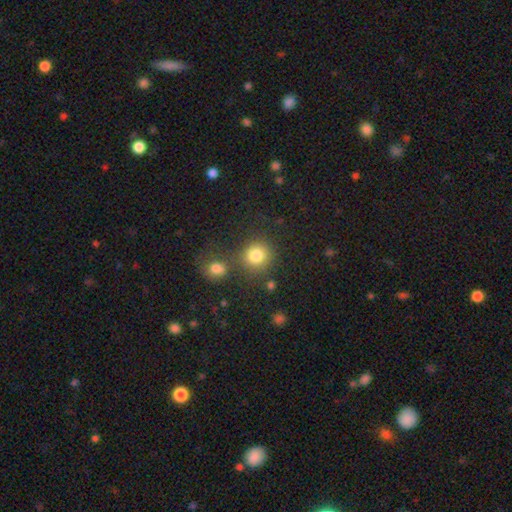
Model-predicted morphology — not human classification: type=smooth (82%); roundness=round (87%); merging=none (70%).